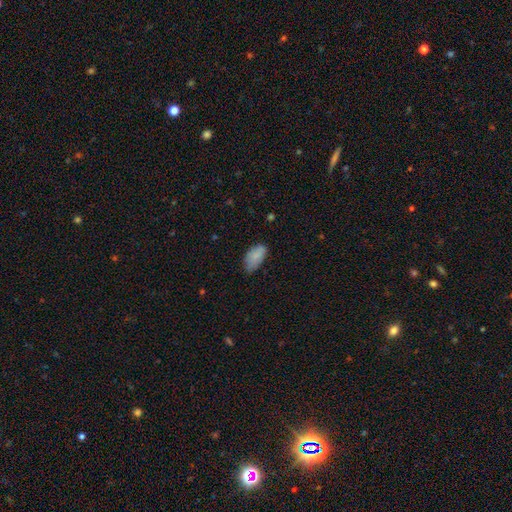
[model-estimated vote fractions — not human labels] Smooth or featured? smooth (82%)
How rounded? in between (94%)
Merging? none (54%)